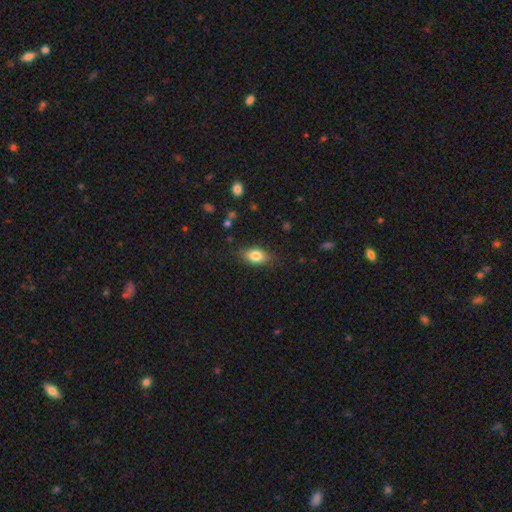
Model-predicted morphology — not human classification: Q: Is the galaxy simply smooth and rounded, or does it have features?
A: smooth — 80%.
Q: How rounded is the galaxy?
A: in between — 83%.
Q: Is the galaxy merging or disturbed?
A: none — 81%.